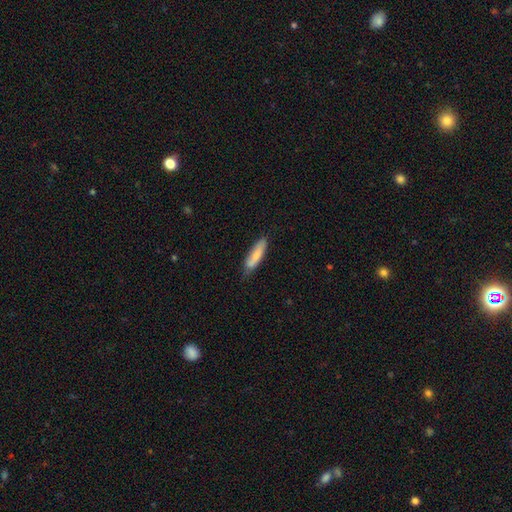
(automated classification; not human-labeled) Q: Smooth or featured?
A: smooth (77%); runner-up: featured or disk (17%)
Q: How rounded?
A: cigar-shaped (67%); runner-up: in between (31%)
Q: Merging?
A: none (69%); runner-up: minor disturbance (24%)